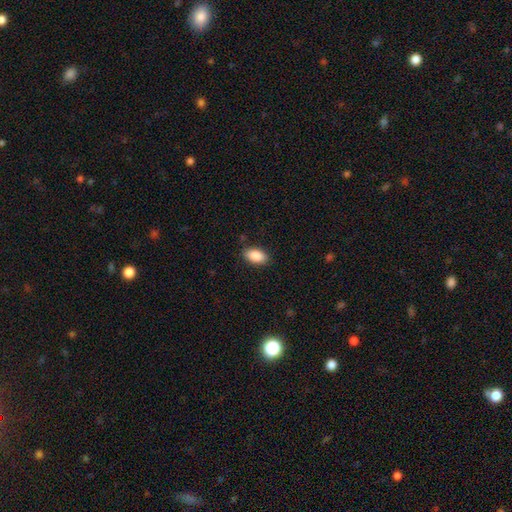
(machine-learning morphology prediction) type=smooth (88%); roundness=in between (92%); merging=none (86%).